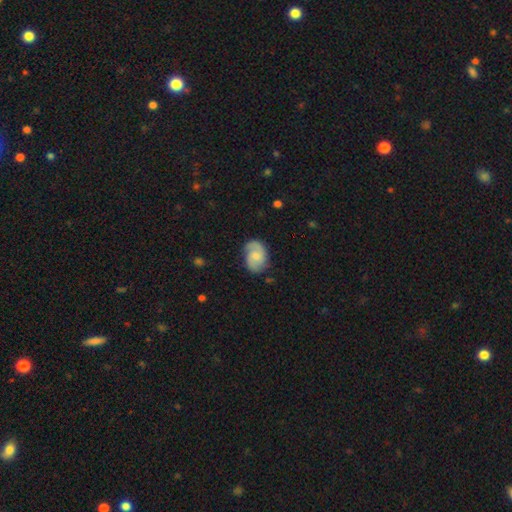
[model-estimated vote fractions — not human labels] smooth_or_featured: featured or disk (p=0.62) [alt: smooth p=0.31]
disk_edge_on: no (p=0.97) [alt: yes p=0.03]
bar: no (p=0.54) [alt: weak p=0.40]
has_spiral_arms: yes (p=0.93) [alt: no p=0.07]
spiral_winding: medium (p=0.47) [alt: tight p=0.30]
spiral_arm_count: 2 (p=0.81) [alt: can't tell p=0.08]
bulge_size: small (p=0.42) [alt: moderate p=0.38]
merging: none (p=0.72) [alt: minor disturbance p=0.21]